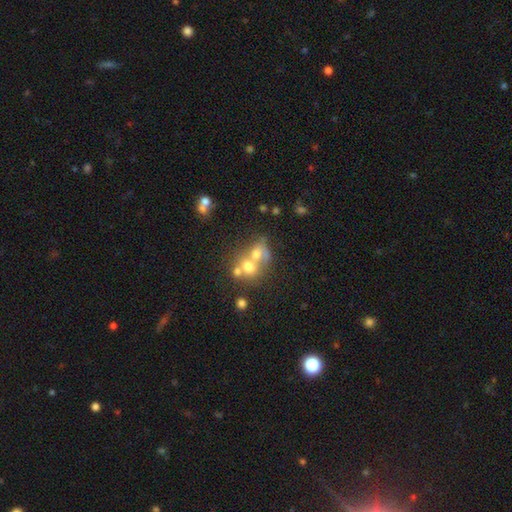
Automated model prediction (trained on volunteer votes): smooth_or_featured: smooth (p=0.48) [alt: featured or disk p=0.32]
merging: merger (p=0.60) [alt: none p=0.28]